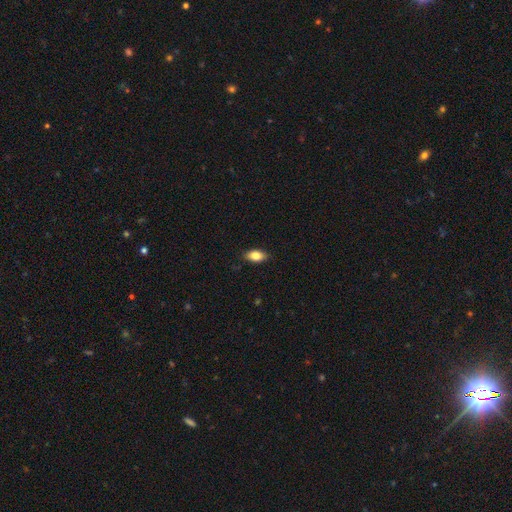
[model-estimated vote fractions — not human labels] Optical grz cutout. It shows a smooth galaxy with no disk features (82%) that is in between round and cigar-shaped (89%). Merging: none (85%).